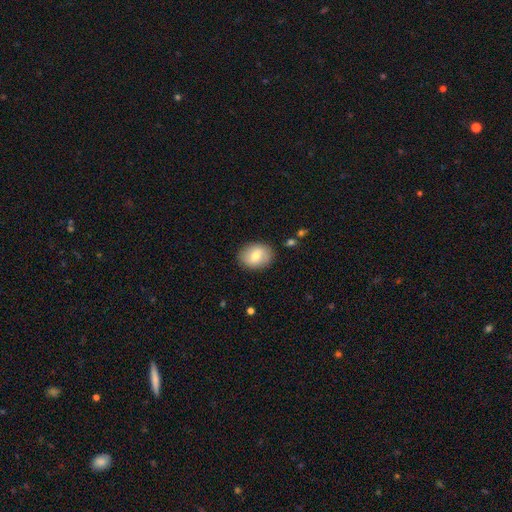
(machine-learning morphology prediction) This appears to be a smooth galaxy with no disk features (75%) that is in between round and cigar-shaped (67%). Merging: none (86%).